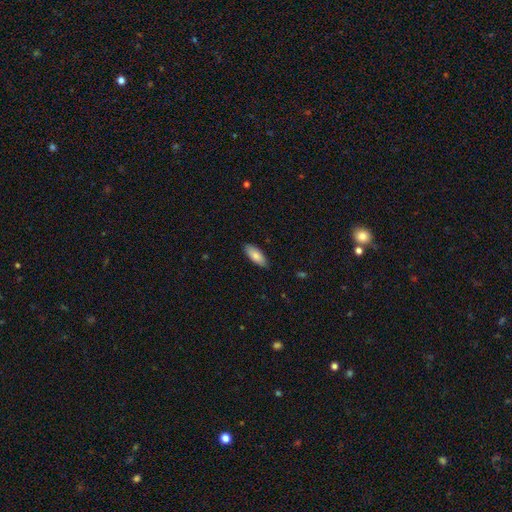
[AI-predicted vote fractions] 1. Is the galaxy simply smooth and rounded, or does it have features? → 83% smooth, 11% featured or disk, 6% star or artifact.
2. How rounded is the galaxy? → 79% in between, 19% cigar-shaped, 2% round.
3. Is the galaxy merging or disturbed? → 86% none, 11% minor disturbance, 2% major disturbance, 1% merger.